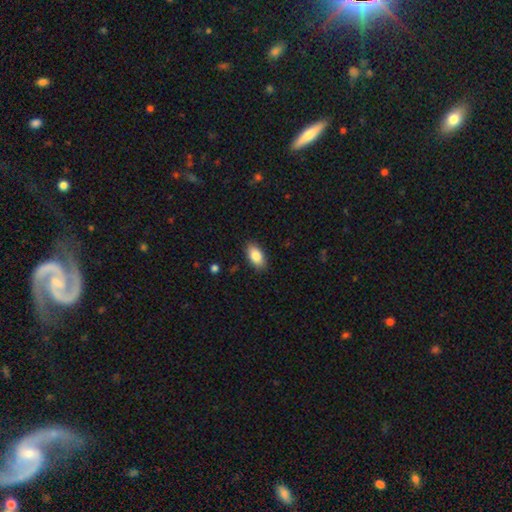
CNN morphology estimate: This is clearly a smooth galaxy (85%). How rounded: clearly in between (93%). Merging: clearly none (88%).